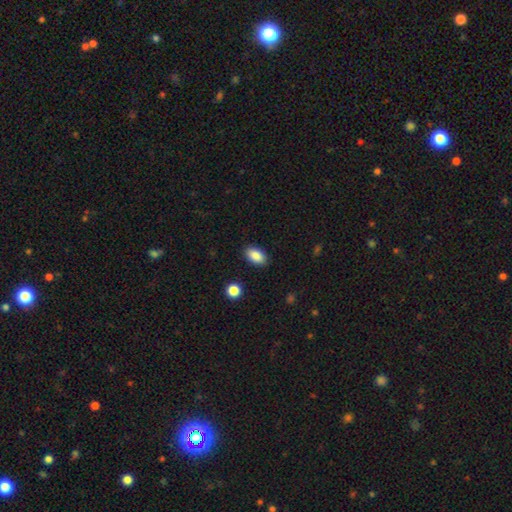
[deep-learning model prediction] Overall: smooth (88%). How rounded: in between (92%). Merging: none (89%).